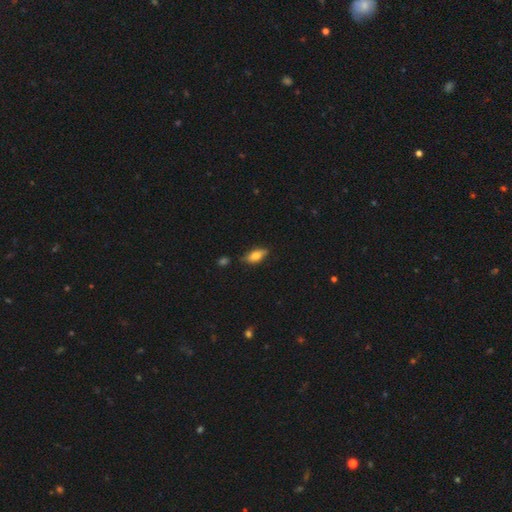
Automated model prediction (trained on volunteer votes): smooth 74%, featured or disk 18%, star or artifact 7%. Down the decision tree: how rounded — in between (84%); merging — none (76%).